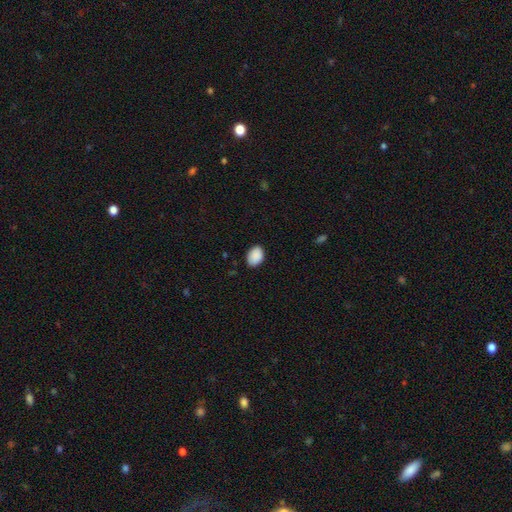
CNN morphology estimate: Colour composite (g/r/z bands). It shows a smooth galaxy with no disk features (90%) that is in between round and cigar-shaped (80%). Merging: none (83%).